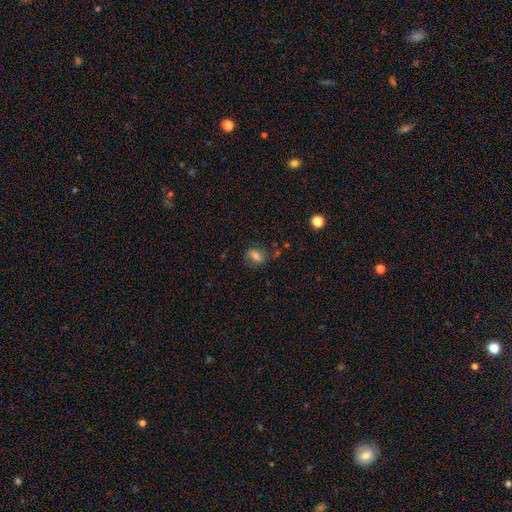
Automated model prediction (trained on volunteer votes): Smooth or featured? Predicted: smooth (p=0.61). How rounded? Predicted: in between (p=0.70). Merging? Predicted: none (p=0.66).